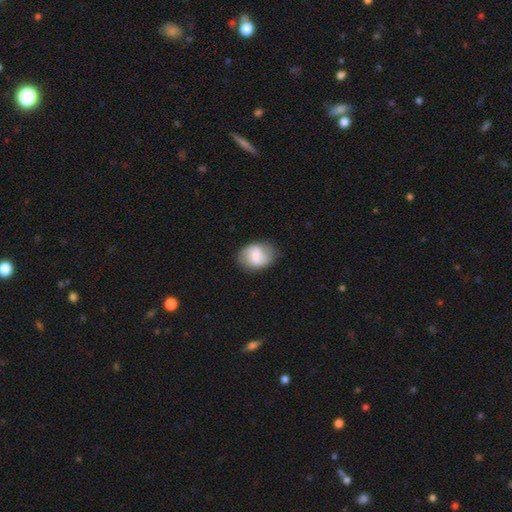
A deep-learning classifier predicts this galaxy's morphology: Smooth or featured? smooth (56%)
How rounded? in between (61%)
Merging? none (81%)